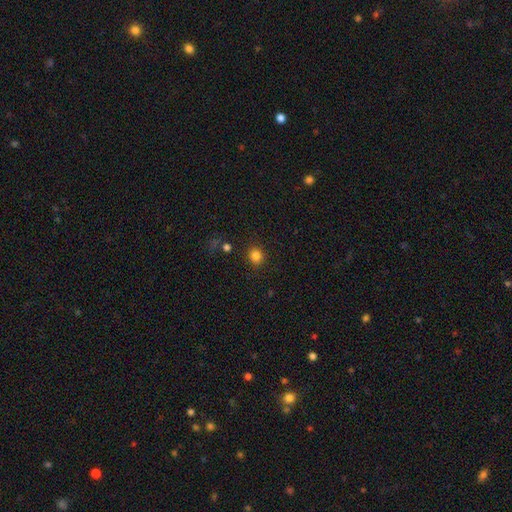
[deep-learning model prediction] A smooth galaxy with no disk features (83%) that is round (81%). Merging: none (87%).